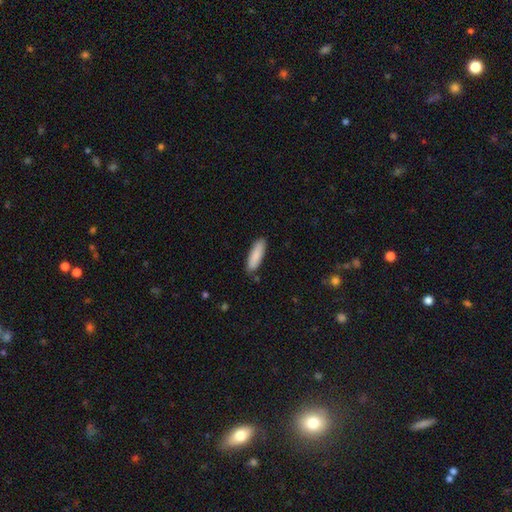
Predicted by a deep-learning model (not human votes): A smooth galaxy with no disk features (88%) that is cigar-shaped (56%).

Vote fractions:
- Smooth or featured? smooth: 88% / featured or disk: 7% / star or artifact: 5%
- How rounded? cigar-shaped: 56% / in between: 42% / round: 1%
- Merging? none: 85% / minor disturbance: 11% / major disturbance: 2% / merger: 2%